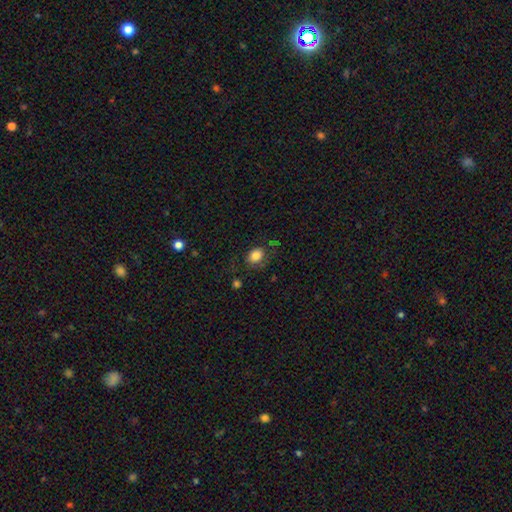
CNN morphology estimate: smooth_or_featured: smooth (p=0.82) [alt: star or artifact p=0.10]
how_rounded: in between (p=0.53) [alt: round p=0.46]
merging: none (p=0.69) [alt: minor disturbance p=0.18]